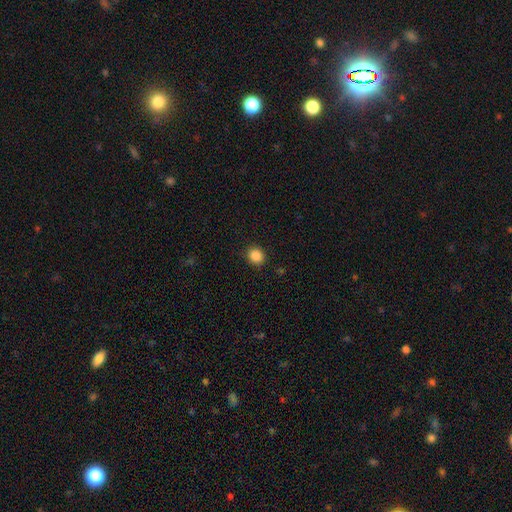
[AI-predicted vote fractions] Morphology: type=smooth (87%); roundness=round (76%); merging=none (90%).